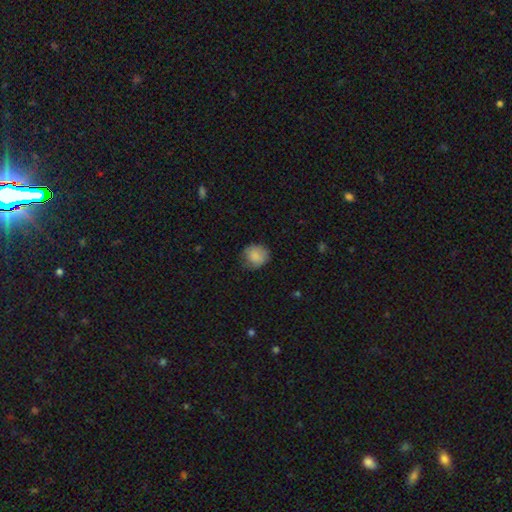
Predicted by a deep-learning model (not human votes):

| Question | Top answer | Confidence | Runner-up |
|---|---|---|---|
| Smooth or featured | smooth | 83% | featured or disk (10%) |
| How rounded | round | 81% | in between (18%) |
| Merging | none | 71% | minor disturbance (22%) |